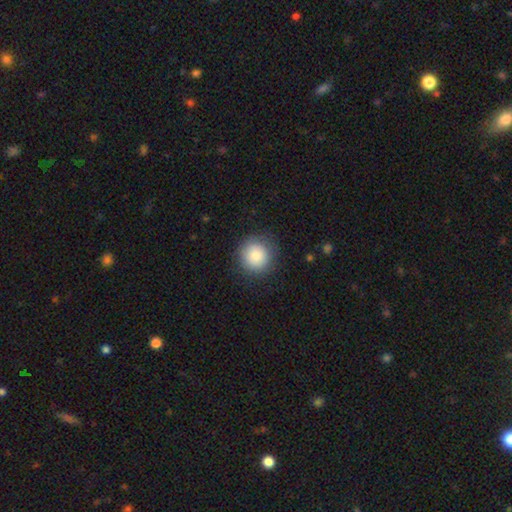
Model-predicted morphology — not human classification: Q: Smooth or featured?
A: smooth (86%); runner-up: star or artifact (8%)
Q: How rounded?
A: round (93%); runner-up: in between (6%)
Q: Merging?
A: none (86%); runner-up: minor disturbance (9%)